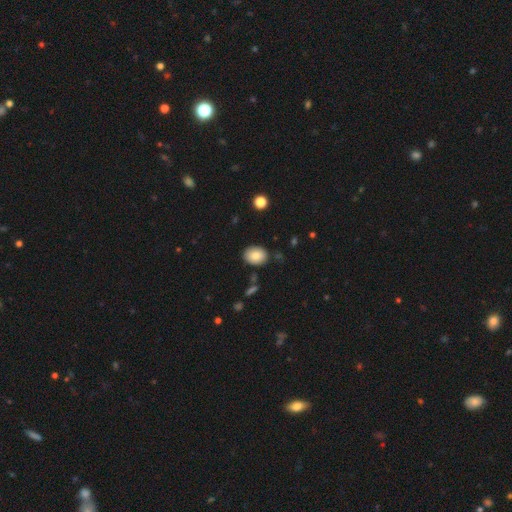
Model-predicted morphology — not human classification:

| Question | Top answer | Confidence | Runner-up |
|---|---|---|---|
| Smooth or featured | smooth | 82% | featured or disk (10%) |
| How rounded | in between | 64% | round (35%) |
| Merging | none | 85% | minor disturbance (11%) |